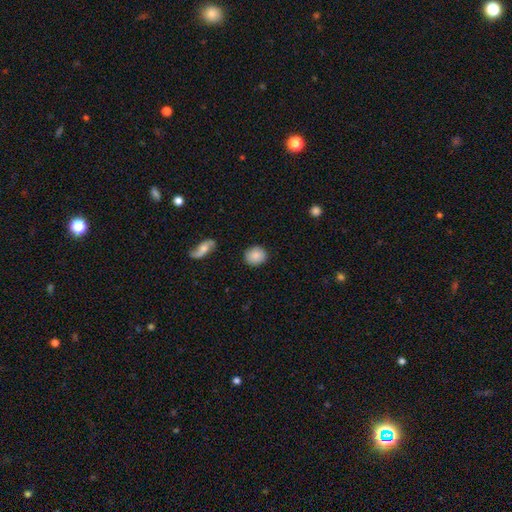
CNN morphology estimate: A smooth galaxy with no disk features (85%) that is round (76%).

Vote fractions:
- Smooth or featured? smooth: 85% / featured or disk: 8% / star or artifact: 7%
- How rounded? round: 76% / in between: 23% / cigar-shaped: 1%
- Merging? none: 87% / minor disturbance: 9% / major disturbance: 2% / merger: 2%